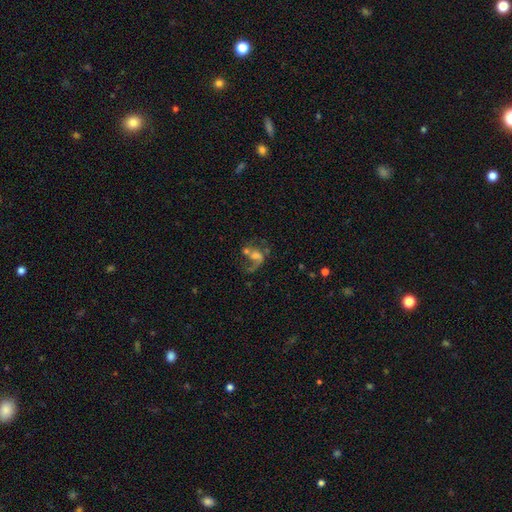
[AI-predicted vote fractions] A featured or disk galaxy (65%) with no bar (60%), spiral arms (77%) and a moderate central bulge (34%).

Vote fractions:
- Smooth or featured? featured or disk: 65% / smooth: 22% / star or artifact: 13%
- Edge-on disk? no: 97% / yes: 3%
- Bar? no: 60% / weak: 31% / strong: 8%
- Spiral arms? yes: 77% / no: 23%
- Bulge size? moderate: 34% / small: 29% / none: 22% / large: 12% / dominant: 3%
- Merging? major disturbance: 34% / none: 28% / merger: 26% / minor disturbance: 12%